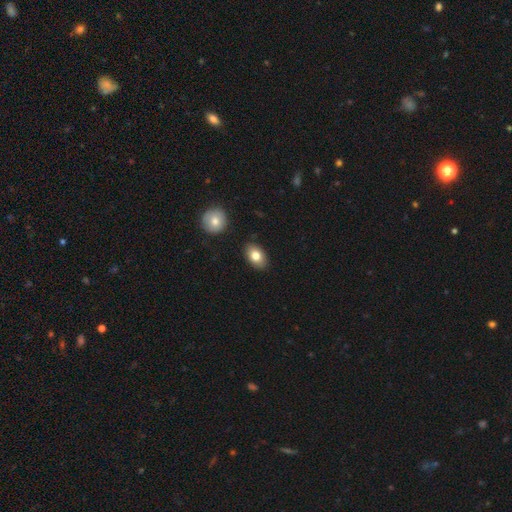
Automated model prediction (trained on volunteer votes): Q: Smooth or featured?
A: smooth (80%); runner-up: featured or disk (13%)
Q: How rounded?
A: in between (86%); runner-up: round (12%)
Q: Merging?
A: none (87%); runner-up: minor disturbance (9%)